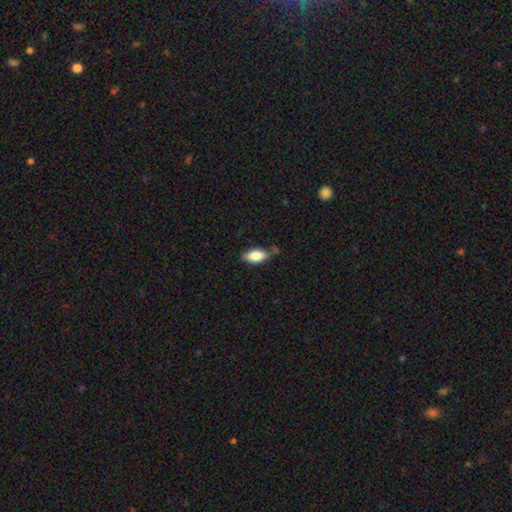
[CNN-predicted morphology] type=smooth (82%); roundness=in between (90%); merging=none (66%).